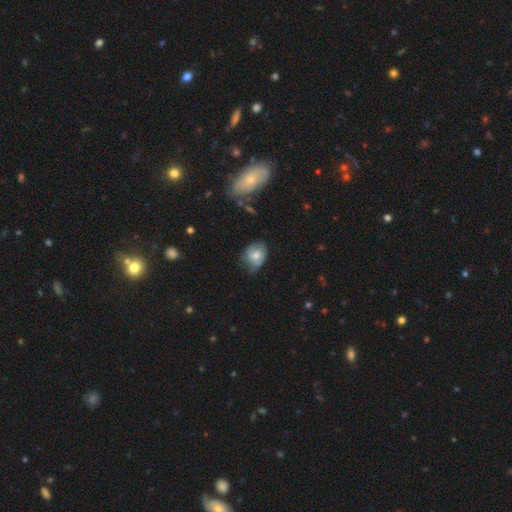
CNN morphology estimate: A smooth galaxy with no disk features (55%) that is in between round and cigar-shaped (53%). Merging: none (51%).